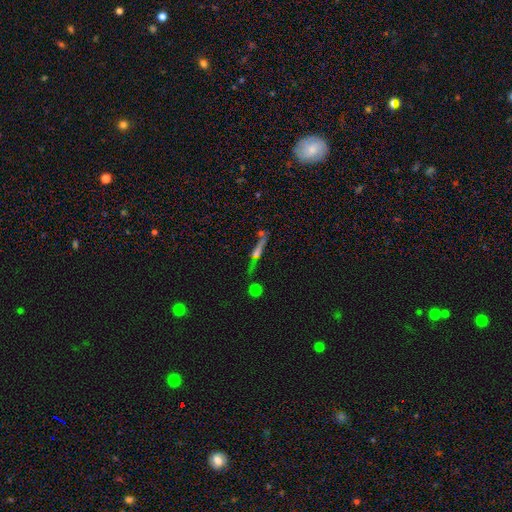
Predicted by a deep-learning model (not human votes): This appears to be a featured or disk galaxy (68%) viewed edge-on (93%) with a rounded central bulge (81%). Merging: none (70%).